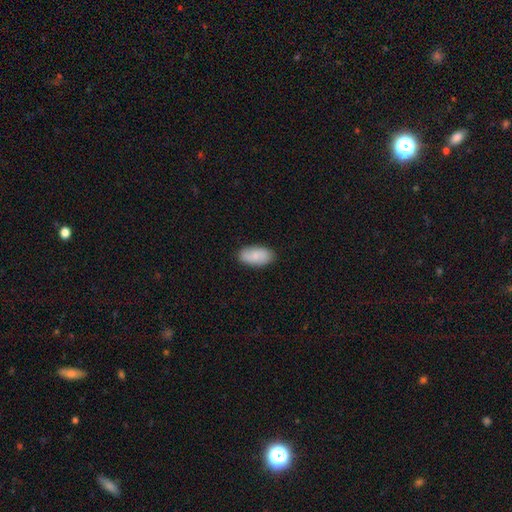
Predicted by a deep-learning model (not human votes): Smooth or featured?
  - smooth: 81% *
  - featured or disk: 13%
  - star or artifact: 6%
How rounded?
  - in between: 94% *
  - cigar-shaped: 3%
  - round: 3%
Merging?
  - none: 86% *
  - minor disturbance: 11%
  - major disturbance: 2%
  - merger: 1%